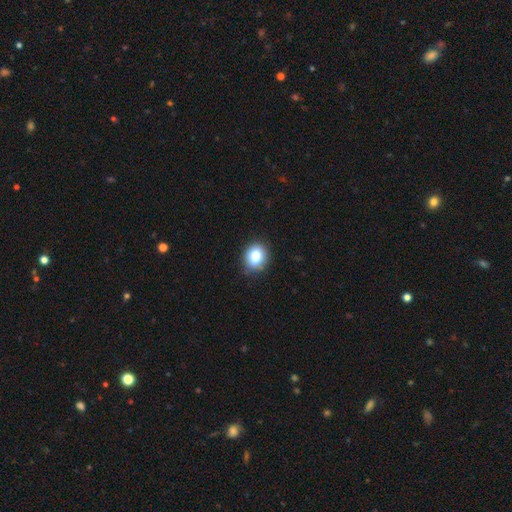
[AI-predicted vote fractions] A smooth galaxy with no disk features (84%) that is round (60%).

Vote fractions:
- Smooth or featured? smooth: 84% / star or artifact: 9% / featured or disk: 6%
- How rounded? round: 60% / in between: 39% / cigar-shaped: 1%
- Merging? none: 84% / minor disturbance: 13% / major disturbance: 2% / merger: 1%